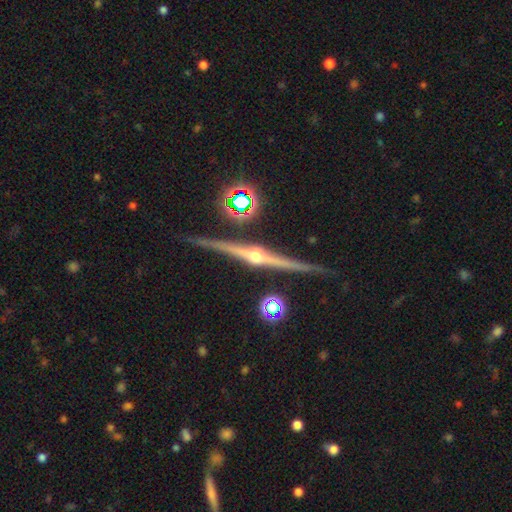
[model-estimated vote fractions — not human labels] Smooth or featured: featured or disk — 87% (star or artifact — 7%)
Edge-on disk: yes — 98% (no — 2%)
Edge-on bulge: rounded — 95% (boxy — 3%)
Merging: none — 87% (minor disturbance — 9%)